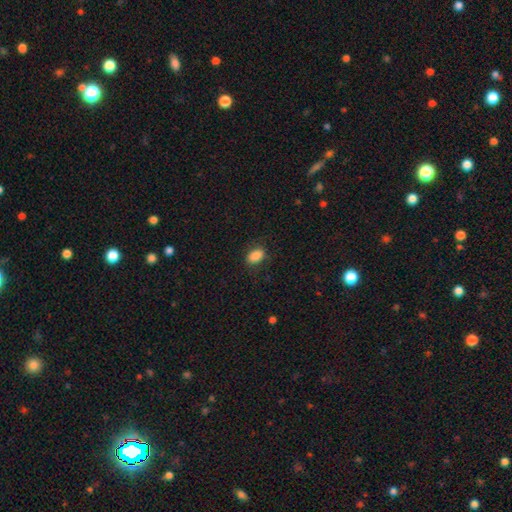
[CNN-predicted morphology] This is clearly a smooth galaxy (87%). How rounded: clearly in between (87%). Merging: clearly none (80%).